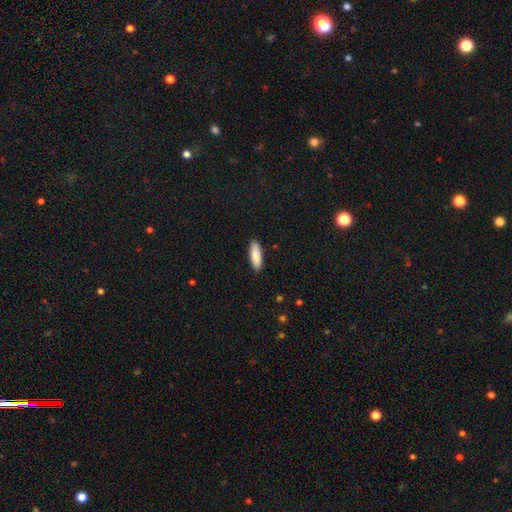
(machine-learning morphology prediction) smooth_or_featured: smooth (p=0.88) [alt: featured or disk p=0.06]
how_rounded: in between (p=0.55) [alt: cigar-shaped p=0.43]
merging: none (p=0.88) [alt: minor disturbance p=0.09]